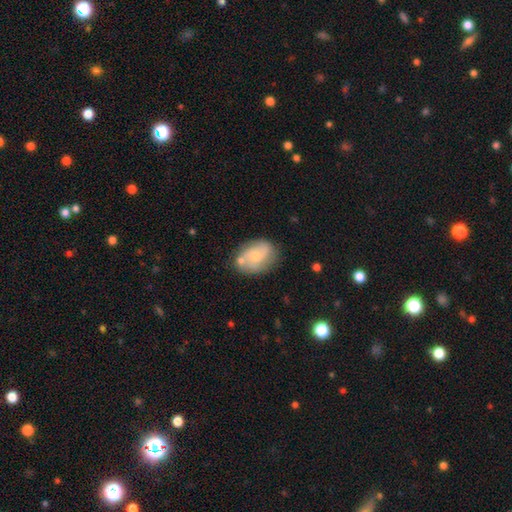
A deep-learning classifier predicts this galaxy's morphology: Overall: featured or disk (54%; smooth 40%). Edge-on disk: no (97%). Bar: no (69%). Spiral arms: yes (79%). Bulge size: small (50%; moderate 40%). Merging: none (61%).